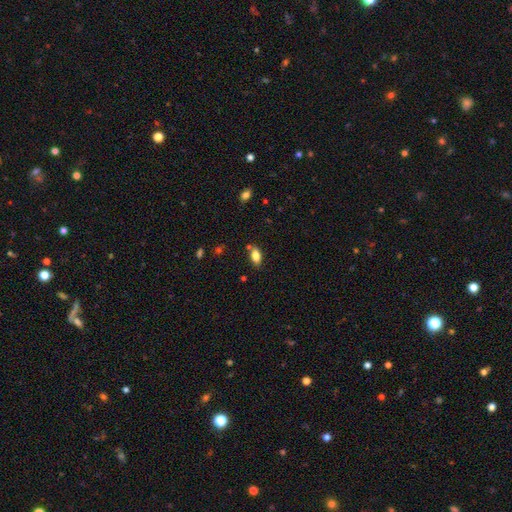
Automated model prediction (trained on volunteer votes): A smooth galaxy with no disk features (81%) that is in between round and cigar-shaped (90%).

Vote fractions:
- Smooth or featured? smooth: 81% / featured or disk: 10% / star or artifact: 9%
- How rounded? in between: 90% / round: 5% / cigar-shaped: 5%
- Merging? none: 75% / minor disturbance: 15% / merger: 7% / major disturbance: 3%